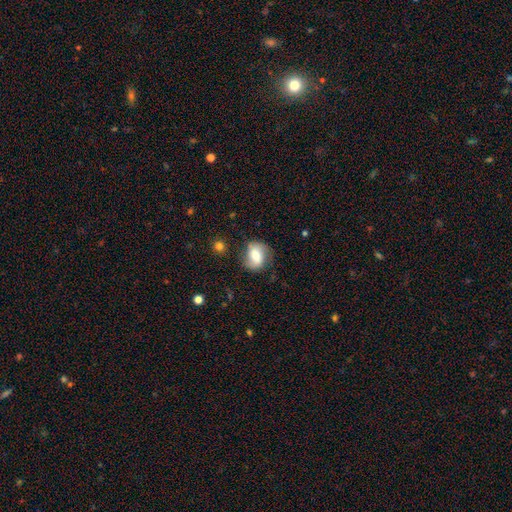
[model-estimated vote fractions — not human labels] Smooth or featured? smooth (51%)
How rounded? round (55%)
Merging? none (73%)